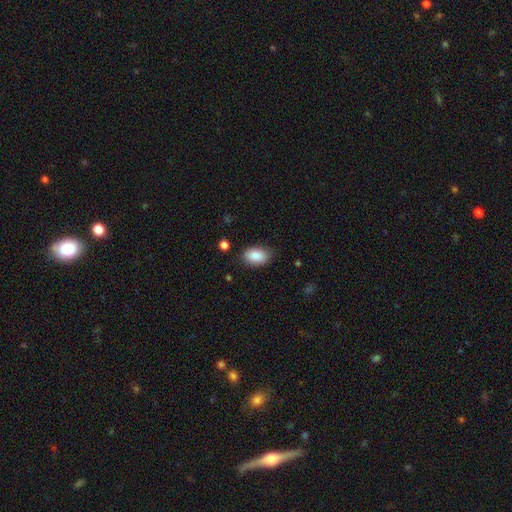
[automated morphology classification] Smooth or featured?
  - smooth: 88% *
  - star or artifact: 7%
  - featured or disk: 5%
How rounded?
  - in between: 89% *
  - round: 9%
  - cigar-shaped: 1%
Merging?
  - none: 81% *
  - minor disturbance: 15%
  - major disturbance: 3%
  - merger: 1%